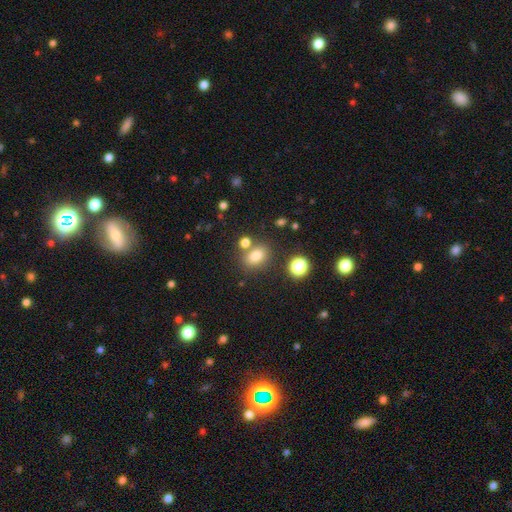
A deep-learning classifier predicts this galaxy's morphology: Q: Smooth or featured?
A: smooth (77%); runner-up: star or artifact (15%)
Q: How rounded?
A: in between (65%); runner-up: round (34%)
Q: Merging?
A: none (69%); runner-up: merger (15%)